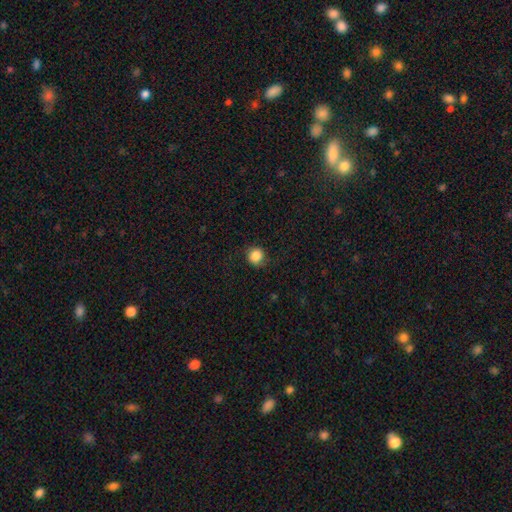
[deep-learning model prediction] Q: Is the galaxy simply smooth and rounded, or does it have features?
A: smooth — 86%.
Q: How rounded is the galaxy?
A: round — 88%.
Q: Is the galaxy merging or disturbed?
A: none — 83%.